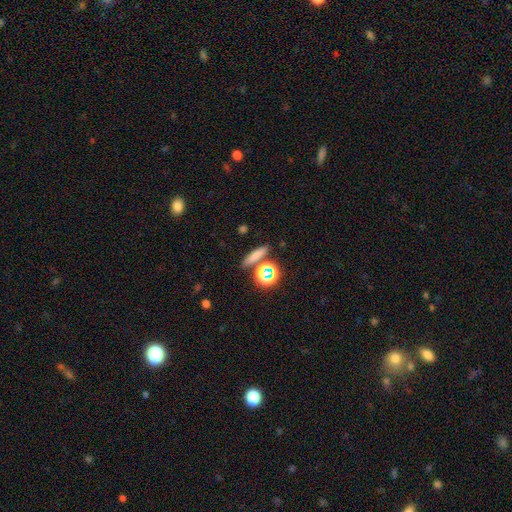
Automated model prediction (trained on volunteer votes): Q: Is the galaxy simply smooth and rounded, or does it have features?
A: smooth — 70%.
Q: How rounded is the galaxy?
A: cigar-shaped — 62%.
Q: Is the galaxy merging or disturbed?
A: none — 80%.